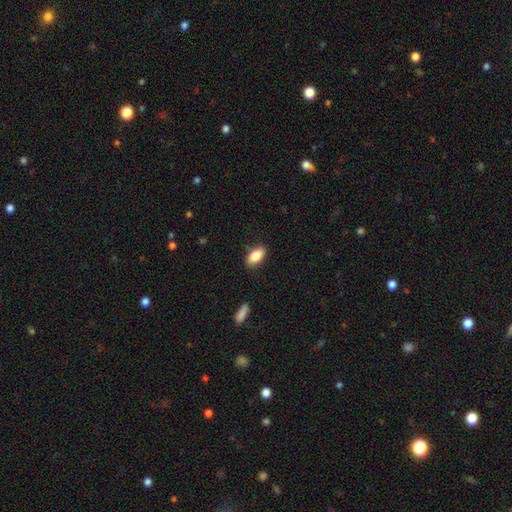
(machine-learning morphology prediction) This appears to be a smooth galaxy with no disk features (84%) that is in between round and cigar-shaped (90%). Merging: none (85%).